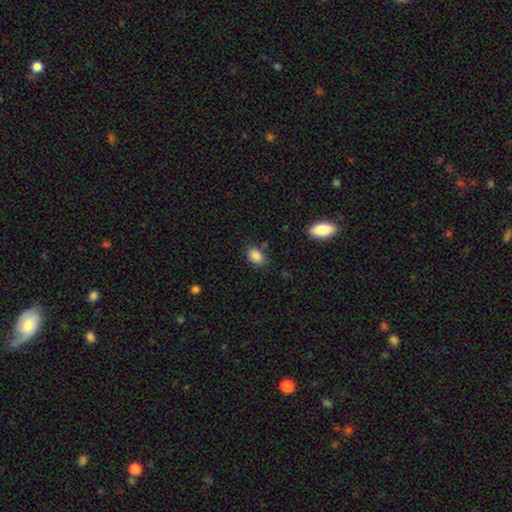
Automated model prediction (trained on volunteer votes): The model was most divided on "merging": none: 77%, minor disturbance: 16%, major disturbance: 4%, merger: 3%. More confident: smooth or featured — smooth (87%); how rounded — in between (81%).